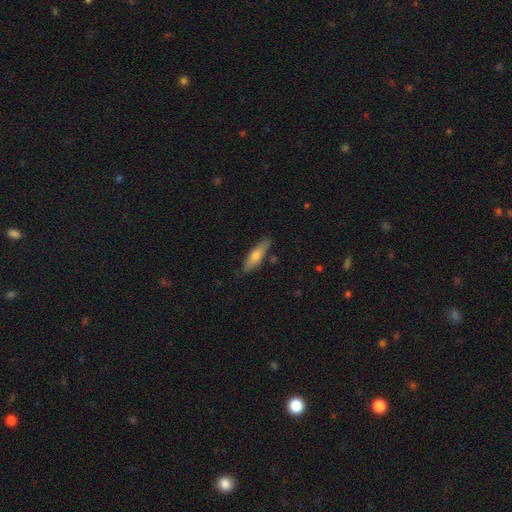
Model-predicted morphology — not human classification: smooth_or_featured: smooth (p=0.56) [alt: featured or disk p=0.37]
how_rounded: cigar-shaped (p=0.72) [alt: in between p=0.26]
merging: none (p=0.83) [alt: minor disturbance p=0.13]